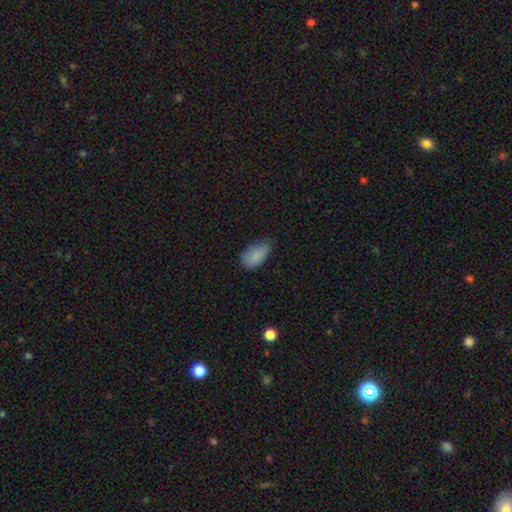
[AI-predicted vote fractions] A smooth galaxy with no disk features (85%) that is in between round and cigar-shaped (93%). Merging: none (48%).